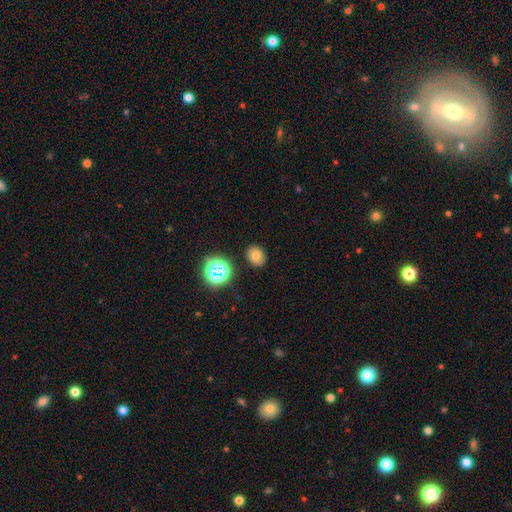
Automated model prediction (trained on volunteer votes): A smooth galaxy with no disk features (71%) that is round (56%). Merging: none (84%).